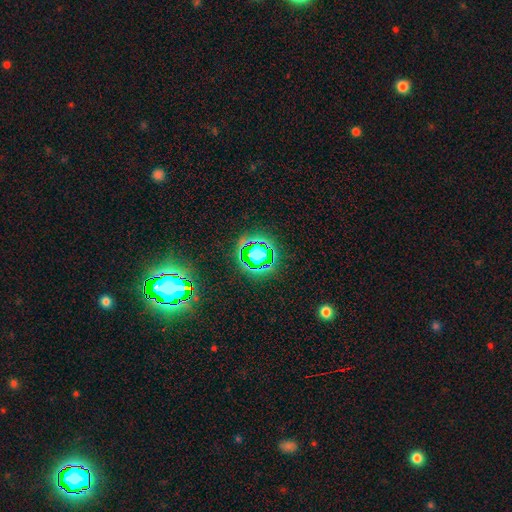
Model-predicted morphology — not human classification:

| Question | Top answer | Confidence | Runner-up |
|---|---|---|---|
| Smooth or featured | star or artifact | 77% | smooth (14%) |